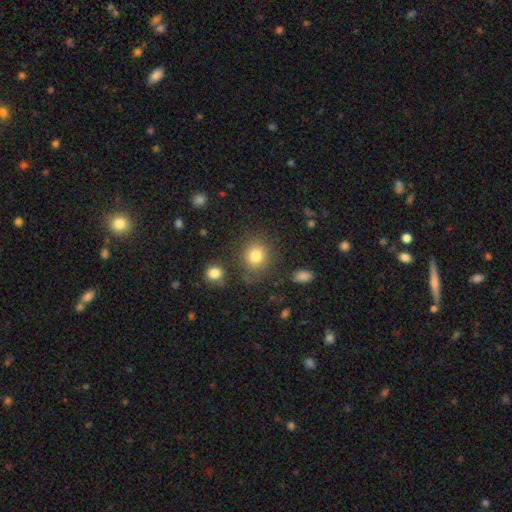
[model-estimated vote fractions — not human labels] Smooth or featured? smooth (81%)
How rounded? round (79%)
Merging? none (79%)